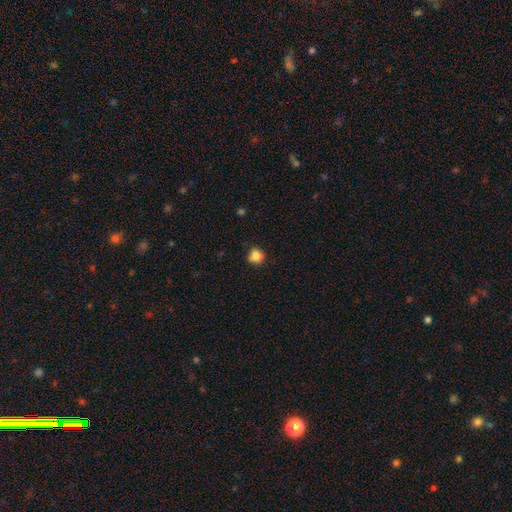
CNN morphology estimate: smooth_or_featured: smooth (p=0.80) [alt: star or artifact p=0.11]
how_rounded: round (p=0.76) [alt: in between p=0.23]
merging: none (p=0.64) [alt: minor disturbance p=0.25]